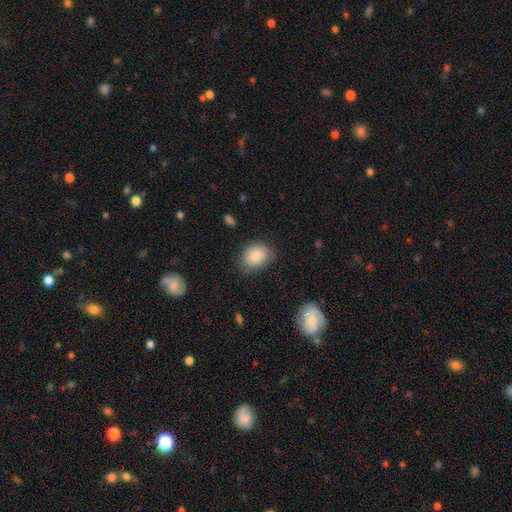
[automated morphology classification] type=smooth (81%); roundness=round (52%); merging=none (75%).